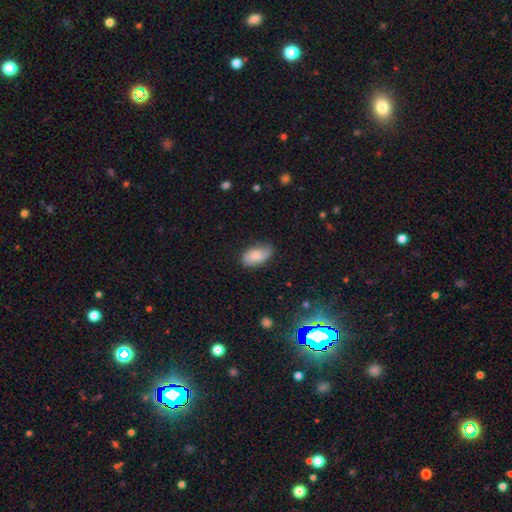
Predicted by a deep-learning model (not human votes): A smooth galaxy with no disk features (70%) that is in between round and cigar-shaped (93%). Merging: none (69%).